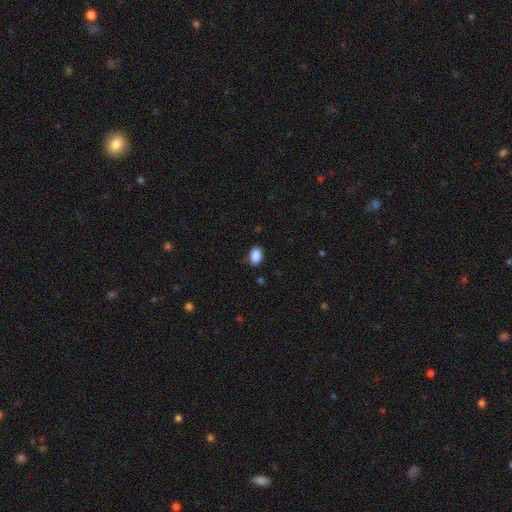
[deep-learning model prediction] Smooth or featured? Predicted: smooth (p=0.89). How rounded? Predicted: in between (p=0.87). Merging? Predicted: none (p=0.84).